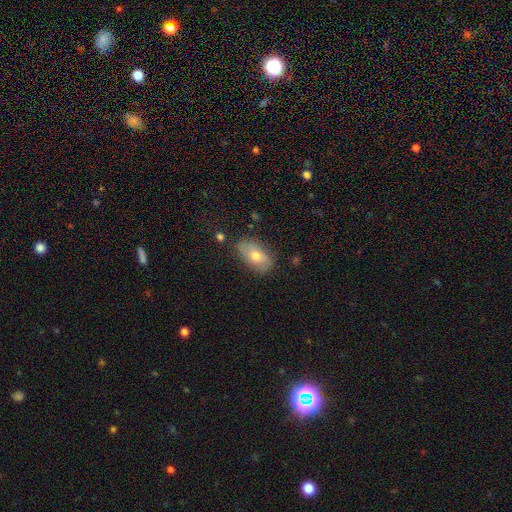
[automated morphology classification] Overall: smooth (64%; featured or disk 27%). How rounded: in between (90%). Merging: none (73%).